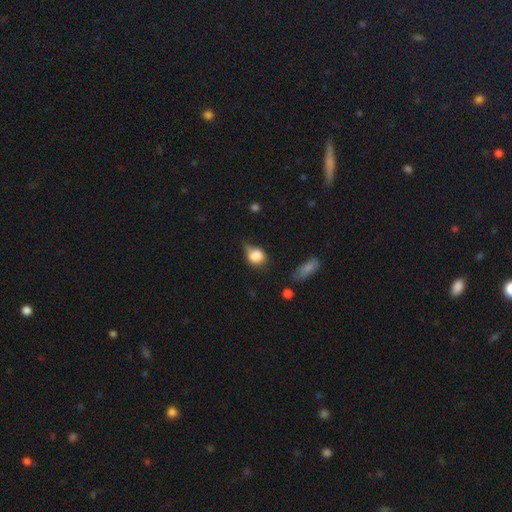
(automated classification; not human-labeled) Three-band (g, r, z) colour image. It shows a smooth galaxy with no disk features (80%) that is round (56%). Merging: minor disturbance (41%).